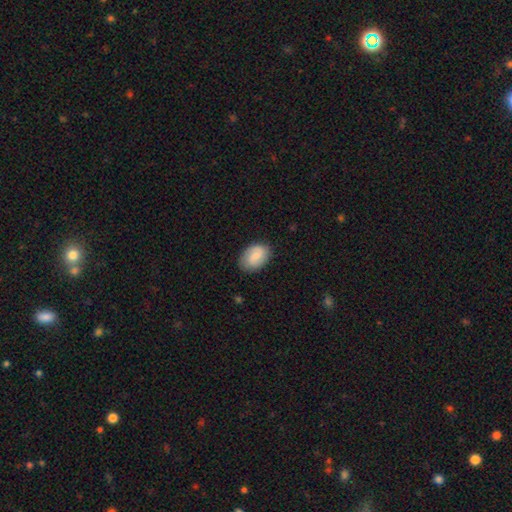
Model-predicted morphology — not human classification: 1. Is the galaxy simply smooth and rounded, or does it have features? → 63% smooth, 30% featured or disk, 7% star or artifact.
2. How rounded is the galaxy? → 84% in between, 15% round, 1% cigar-shaped.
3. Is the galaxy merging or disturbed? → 81% none, 15% minor disturbance, 3% major disturbance, 1% merger.